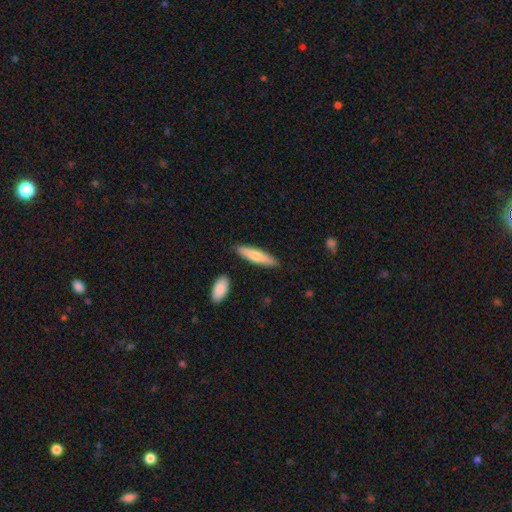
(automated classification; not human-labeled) Smooth or featured? smooth (70%)
How rounded? cigar-shaped (75%)
Merging? none (85%)